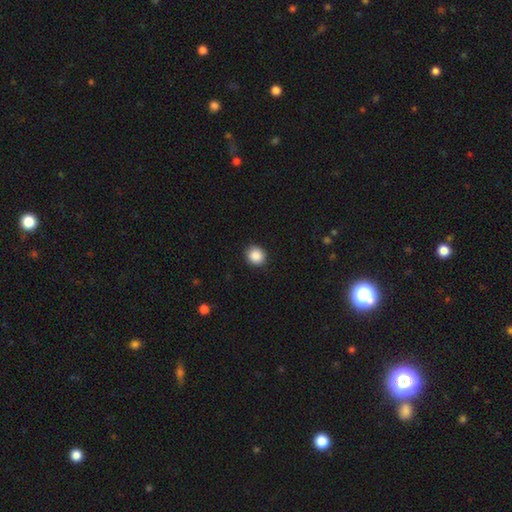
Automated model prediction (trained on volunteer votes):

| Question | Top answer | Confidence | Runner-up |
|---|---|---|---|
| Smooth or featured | smooth | 89% | star or artifact (8%) |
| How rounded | round | 75% | in between (24%) |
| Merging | none | 89% | minor disturbance (8%) |